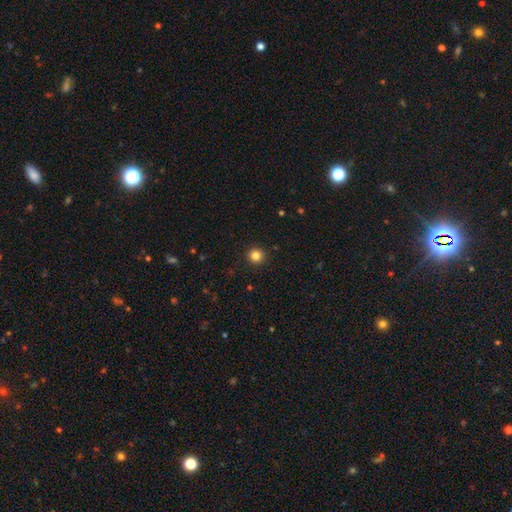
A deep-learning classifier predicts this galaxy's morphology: smooth-or-featured: smooth: 83% | star or artifact: 12% | featured or disk: 5%
  how-rounded: round: 95% | in between: 4% | cigar-shaped: 1%
  merging: none: 93% | minor disturbance: 4% | major disturbance: 2% | merger: 1%